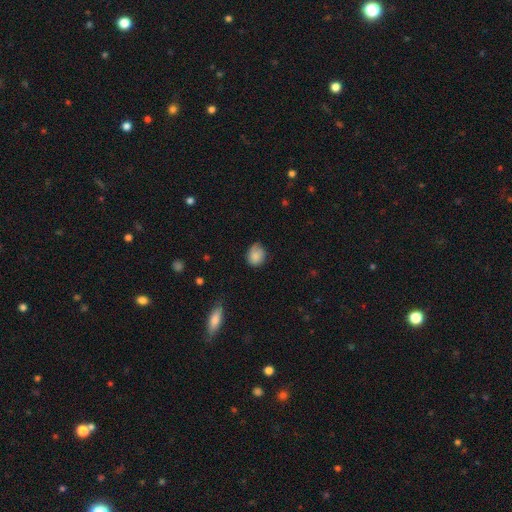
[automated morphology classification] Smooth or featured? Predicted: smooth (p=0.82). How rounded? Predicted: round (p=0.59). Merging? Predicted: none (p=0.61).